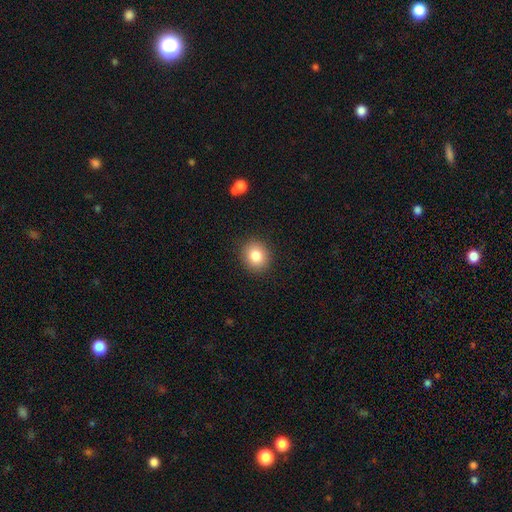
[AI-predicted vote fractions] Q: Smooth or featured?
A: smooth (84%); runner-up: star or artifact (10%)
Q: How rounded?
A: round (78%); runner-up: in between (21%)
Q: Merging?
A: none (90%); runner-up: minor disturbance (7%)